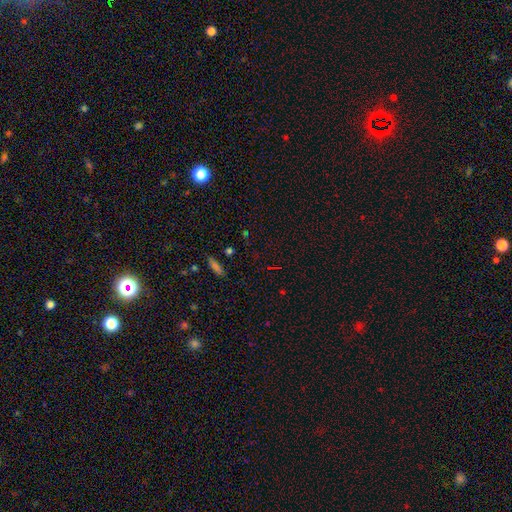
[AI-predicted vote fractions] Morphology: type=star or artifact (53%).